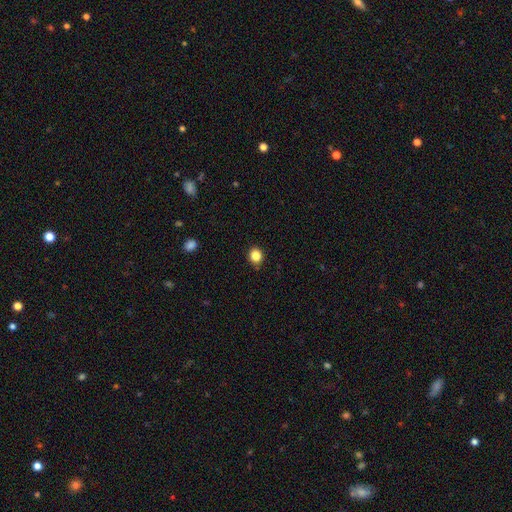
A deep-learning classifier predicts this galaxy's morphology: This is clearly a smooth galaxy (85%). How rounded: clearly round (82%). Merging: clearly none (90%).